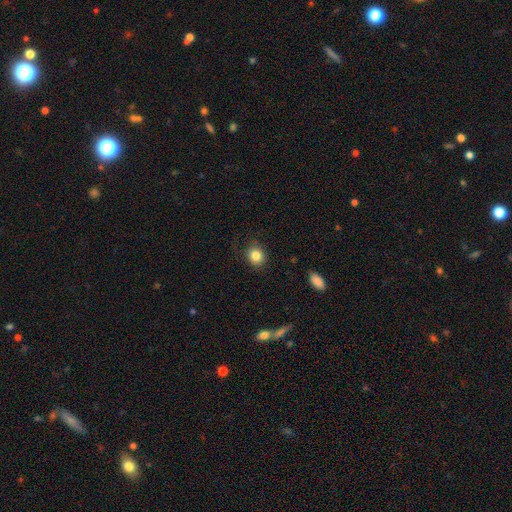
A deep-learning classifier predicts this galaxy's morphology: Smooth or featured? Predicted: smooth (p=0.84). How rounded? Predicted: round (p=0.75). Merging? Predicted: none (p=0.84).